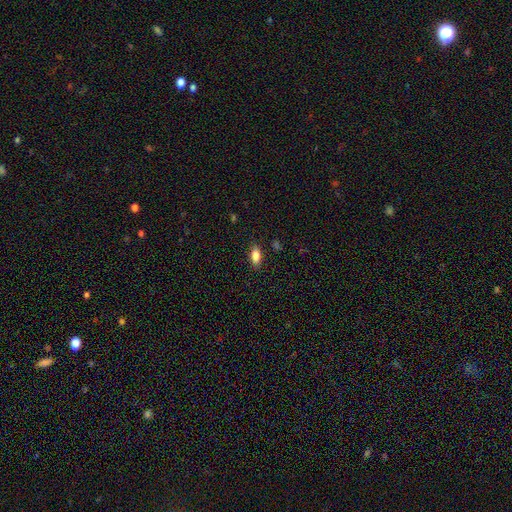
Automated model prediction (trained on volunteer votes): smooth 84%, star or artifact 9%, featured or disk 8%. Down the decision tree: how rounded — in between (86%); merging — none (86%).